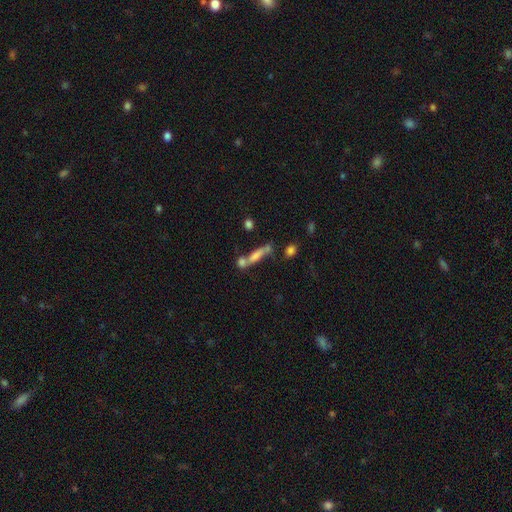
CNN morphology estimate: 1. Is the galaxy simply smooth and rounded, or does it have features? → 48% smooth, 36% featured or disk, 16% star or artifact.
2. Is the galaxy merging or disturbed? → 41% none, 37% merger, 13% minor disturbance, 9% major disturbance.